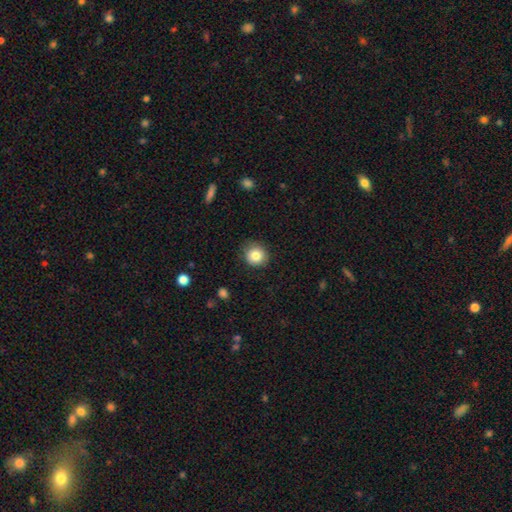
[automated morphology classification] Smooth or featured: smooth — 83% (star or artifact — 10%)
How rounded: round — 90% (in between — 9%)
Merging: none — 85% (minor disturbance — 12%)